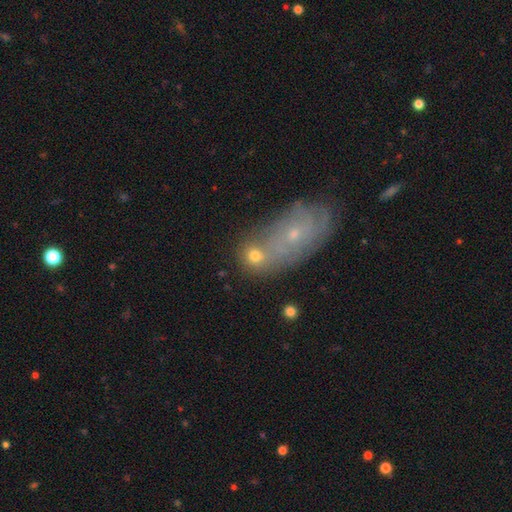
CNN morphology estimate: smooth_or_featured: smooth (p=0.55) [alt: featured or disk p=0.31]
how_rounded: round (p=0.54) [alt: in between p=0.43]
merging: none (p=0.49) [alt: merger p=0.33]